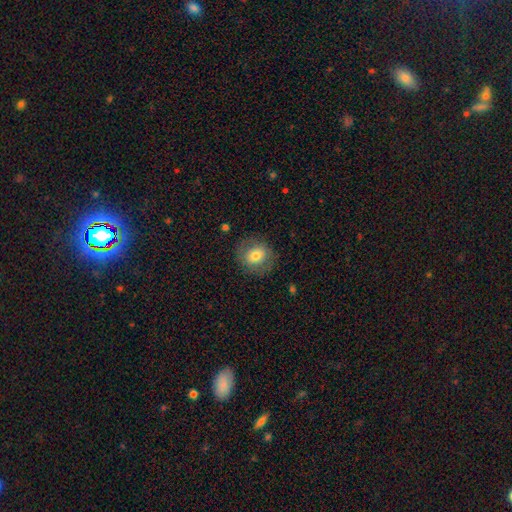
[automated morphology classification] Smooth or featured? smooth (68%)
How rounded? round (73%)
Merging? none (80%)